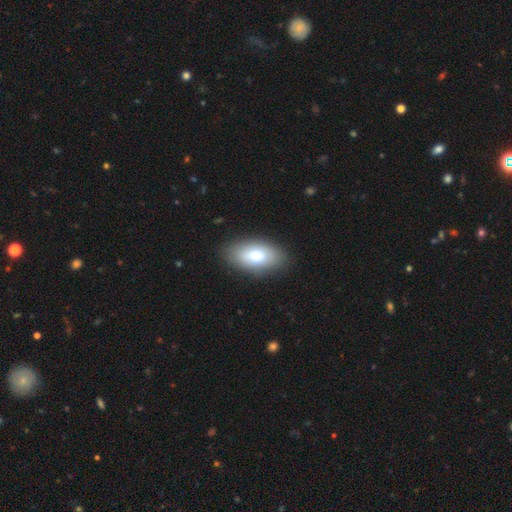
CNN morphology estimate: Overall: smooth (75%). How rounded: in between (93%). Merging: none (88%).